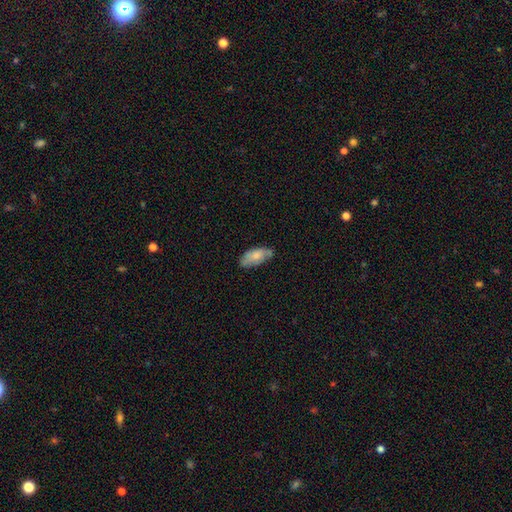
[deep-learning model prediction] This appears to be a smooth galaxy with no disk features (70%) that is in between round and cigar-shaped (89%). Merging: none (59%).